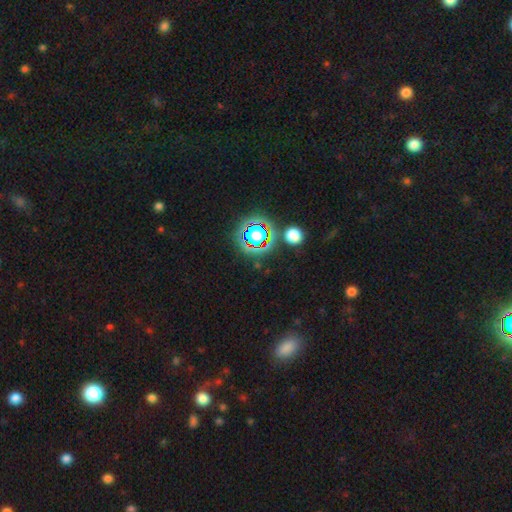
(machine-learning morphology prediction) A star or artifact, not a galaxy (77%).